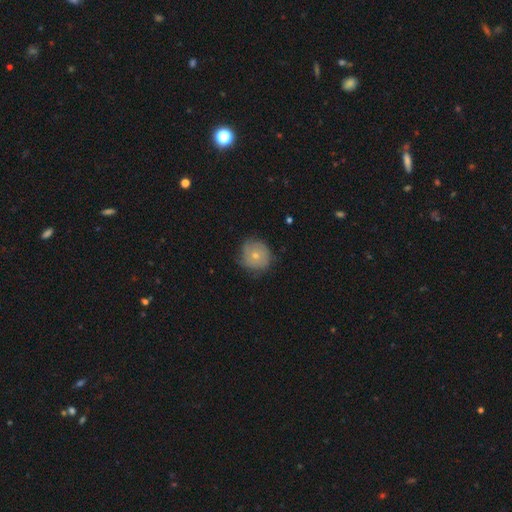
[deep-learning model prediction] Morphology: type=smooth (55%); roundness=round (87%); merging=none (68%).